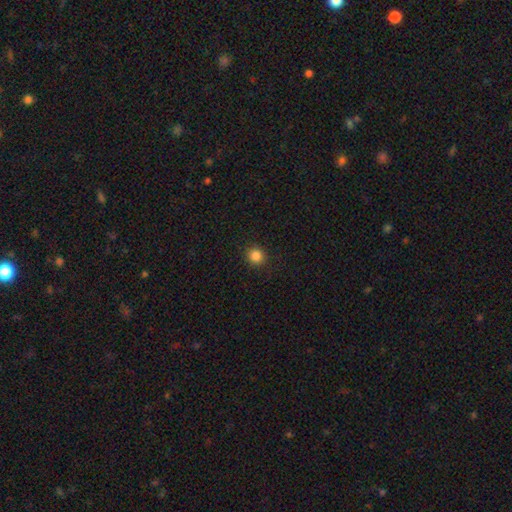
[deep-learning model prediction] Smooth or featured?
  - smooth: 85% *
  - star or artifact: 12%
  - featured or disk: 4%
How rounded?
  - round: 91% *
  - in between: 8%
  - cigar-shaped: 1%
Merging?
  - none: 92% *
  - minor disturbance: 5%
  - major disturbance: 2%
  - merger: 1%